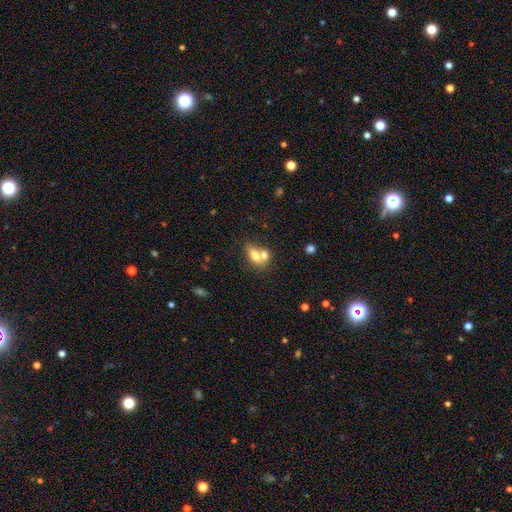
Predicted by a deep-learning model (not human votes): smooth 69%, featured or disk 21%, star or artifact 9%. Down the decision tree: how rounded — in between (78%); merging — merger (54%).